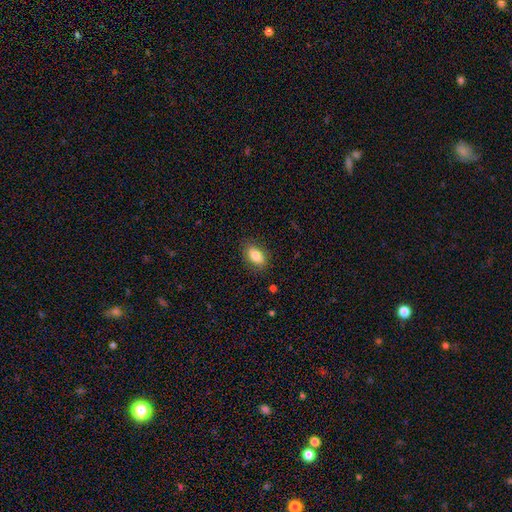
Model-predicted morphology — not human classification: type=smooth (81%); roundness=in between (88%); merging=none (84%).